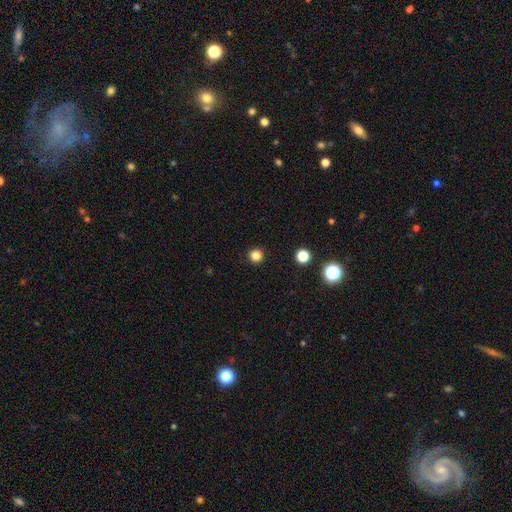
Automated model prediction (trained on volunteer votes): This appears to be a smooth galaxy with no disk features (83%) that is round (96%). Merging: none (93%).